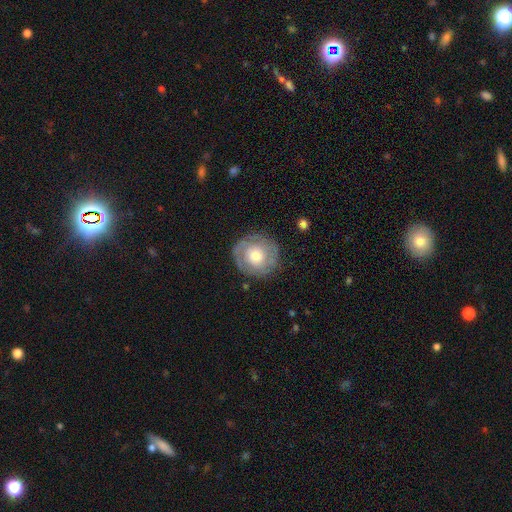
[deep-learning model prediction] Morphology: type=featured or disk (55%); edge-on=no (97%); bar=no (84%); spiral arms=yes (64%); bulge=moderate (61%); merging=none (81%).